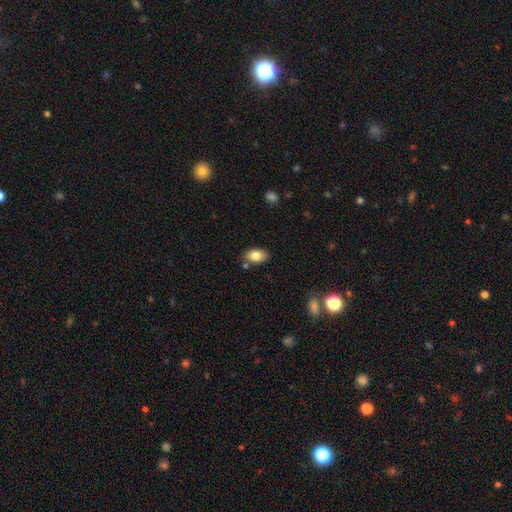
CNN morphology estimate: type=smooth (82%); roundness=in between (91%); merging=none (80%).